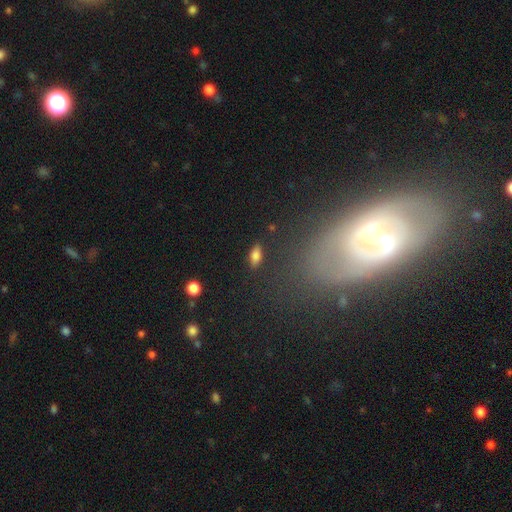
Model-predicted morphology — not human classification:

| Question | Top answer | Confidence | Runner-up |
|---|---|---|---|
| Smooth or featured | smooth | 81% | star or artifact (9%) |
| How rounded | in between | 85% | cigar-shaped (11%) |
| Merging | none | 87% | minor disturbance (9%) |